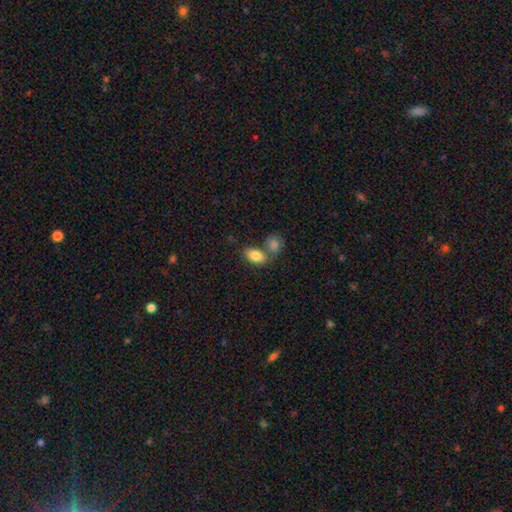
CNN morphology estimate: Smooth or featured: smooth — 84% (featured or disk — 9%)
How rounded: in between — 88% (round — 10%)
Merging: none — 49% (merger — 36%)